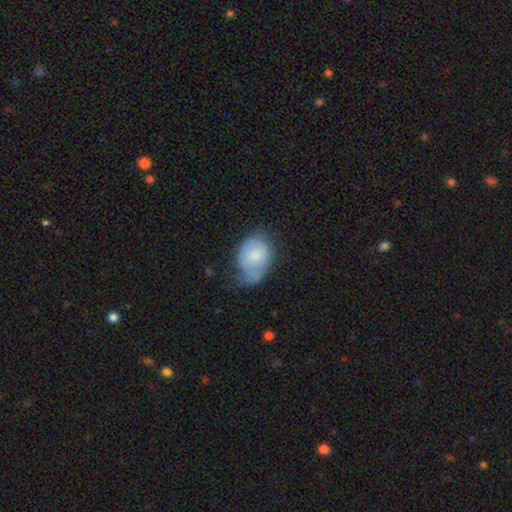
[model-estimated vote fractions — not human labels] Smooth or featured?
  - smooth: 72% *
  - featured or disk: 21%
  - star or artifact: 7%
How rounded?
  - in between: 73% *
  - round: 26%
  - cigar-shaped: 1%
Merging?
  - minor disturbance: 39% *
  - none: 32%
  - major disturbance: 19%
  - merger: 10%